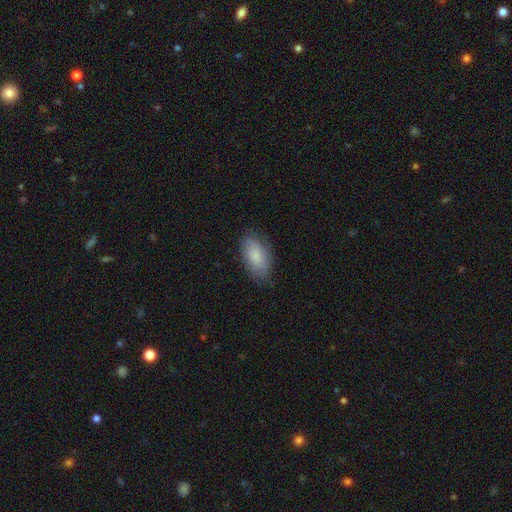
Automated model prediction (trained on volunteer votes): Smooth or featured? smooth (76%)
How rounded? in between (93%)
Merging? none (77%)